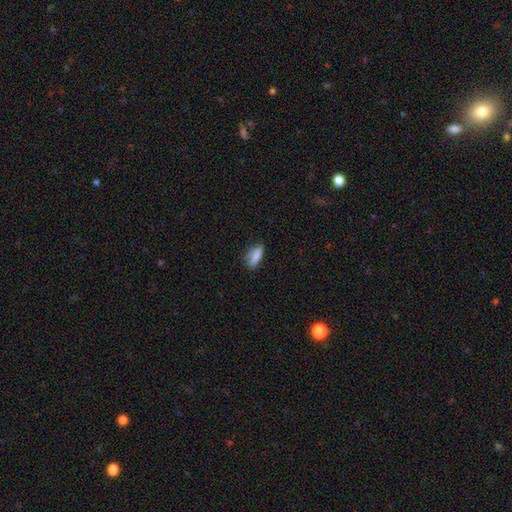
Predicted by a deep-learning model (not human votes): Q: Smooth or featured?
A: smooth (81%); runner-up: featured or disk (10%)
Q: How rounded?
A: in between (64%); runner-up: cigar-shaped (34%)
Q: Merging?
A: none (71%); runner-up: minor disturbance (22%)